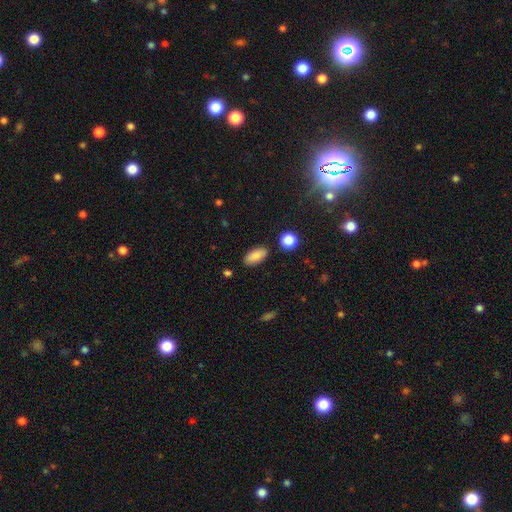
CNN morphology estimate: This is clearly a smooth galaxy (86%). How rounded: clearly in between (88%). Merging: clearly none (87%).